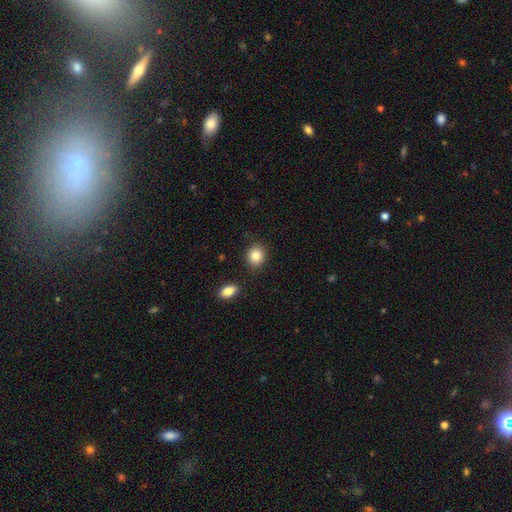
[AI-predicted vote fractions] This appears to be a smooth galaxy with no disk features (86%) that is round (69%). Merging: none (86%).